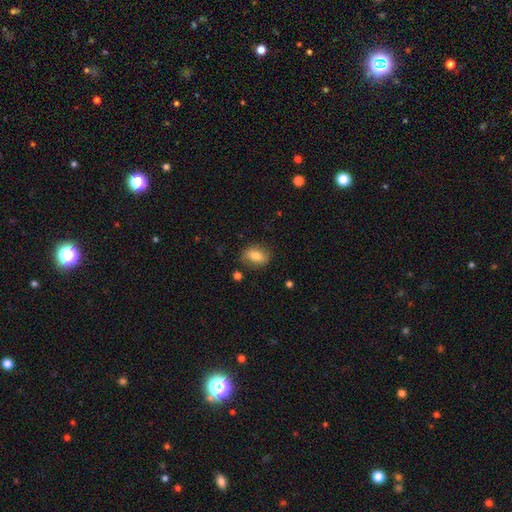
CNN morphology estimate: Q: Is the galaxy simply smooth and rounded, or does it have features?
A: smooth — 74%.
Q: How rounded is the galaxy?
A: in between — 77%.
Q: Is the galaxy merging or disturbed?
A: none — 77%.